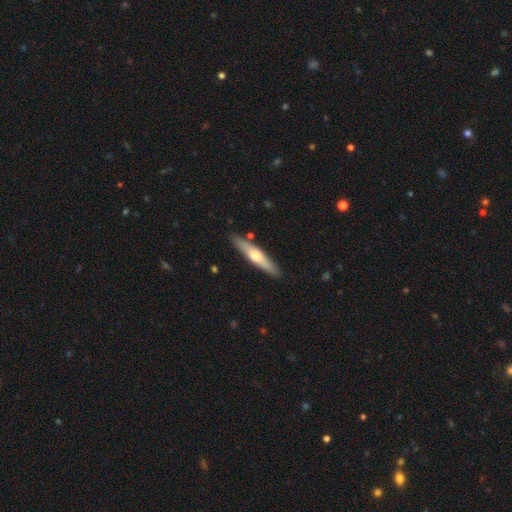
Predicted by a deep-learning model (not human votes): Q: Smooth or featured?
A: featured or disk (53%); runner-up: smooth (42%)
Q: Edge-on disk?
A: yes (93%); runner-up: no (7%)
Q: Merging?
A: none (88%); runner-up: minor disturbance (8%)